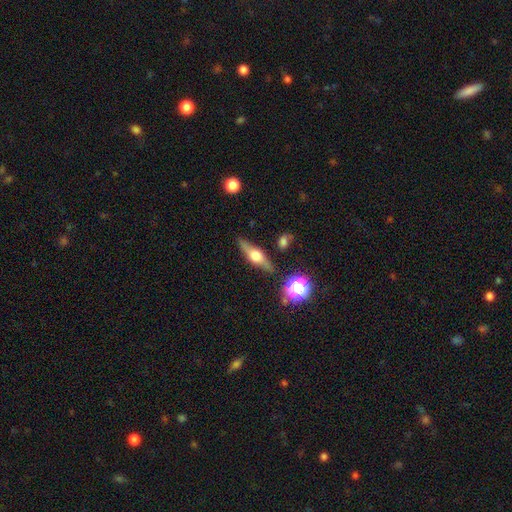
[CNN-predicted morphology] Overall: featured or disk (63%; smooth 29%). Edge-on disk: yes (93%). Edge-on bulge: rounded (93%). Merging: none (84%).